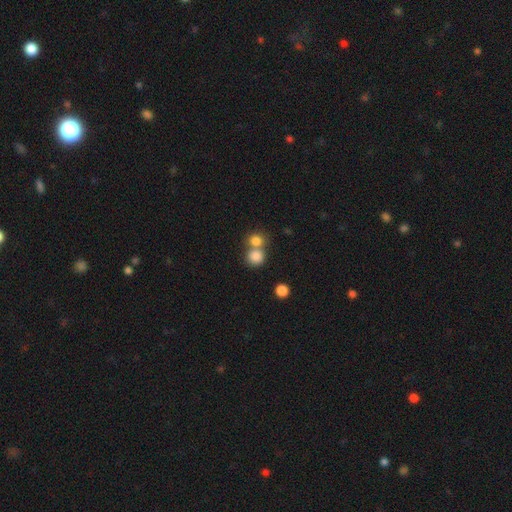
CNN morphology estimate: Smooth or featured? Predicted: smooth (p=0.82). How rounded? Predicted: round (p=0.83). Merging? Predicted: none (p=0.45).